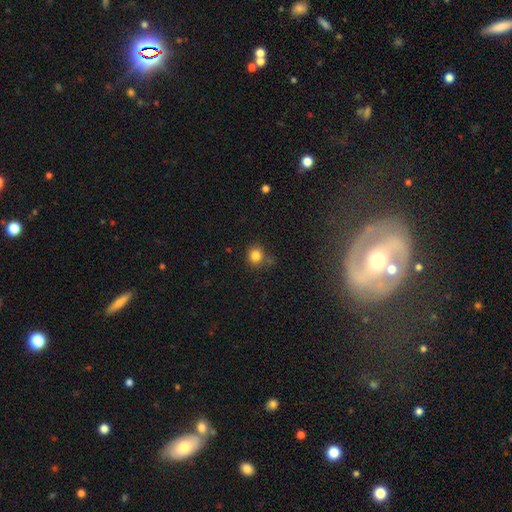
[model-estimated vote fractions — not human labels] The model was most divided on "merging": none: 72%, minor disturbance: 15%, merger: 8%, major disturbance: 5%. More confident: how rounded — round (87%); smooth or featured — smooth (83%).